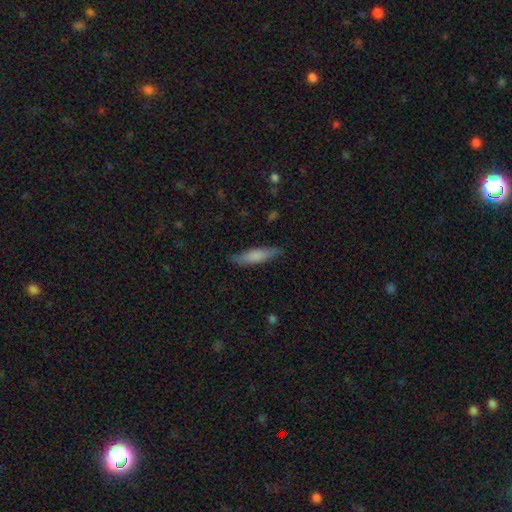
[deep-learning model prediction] Overall: smooth (76%). How rounded: cigar-shaped (73%). Merging: none (83%).